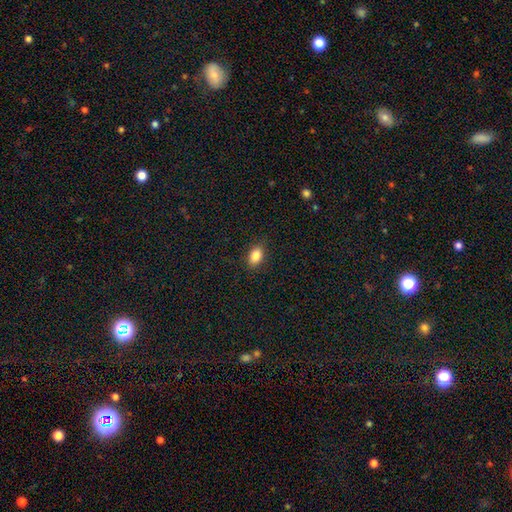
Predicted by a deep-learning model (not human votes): Q: Smooth or featured?
A: smooth (86%); runner-up: star or artifact (9%)
Q: How rounded?
A: in between (85%); runner-up: round (13%)
Q: Merging?
A: none (87%); runner-up: minor disturbance (10%)